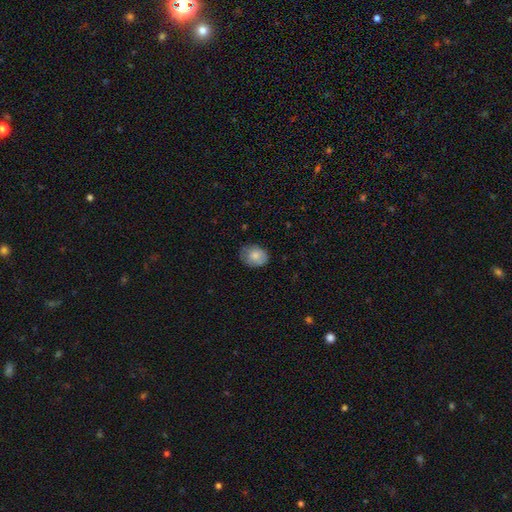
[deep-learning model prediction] Morphology: type=smooth (79%); roundness=in between (53%); merging=none (67%).